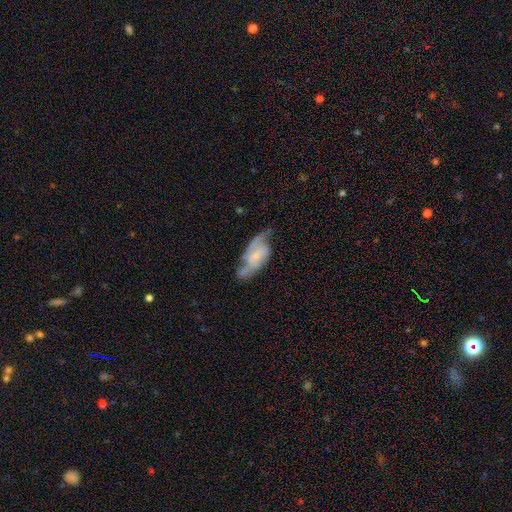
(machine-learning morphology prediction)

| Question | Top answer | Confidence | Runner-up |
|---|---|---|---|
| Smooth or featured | featured or disk | 73% | smooth (21%) |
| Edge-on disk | no | 93% | yes (7%) |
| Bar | no | 50% | weak (37%) |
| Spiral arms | yes | 88% | no (12%) |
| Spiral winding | medium | 44% | loose (36%) |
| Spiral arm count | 2 | 71% | can't tell (13%) |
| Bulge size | small | 54% | moderate (21%) |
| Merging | none | 47% | minor disturbance (28%) |